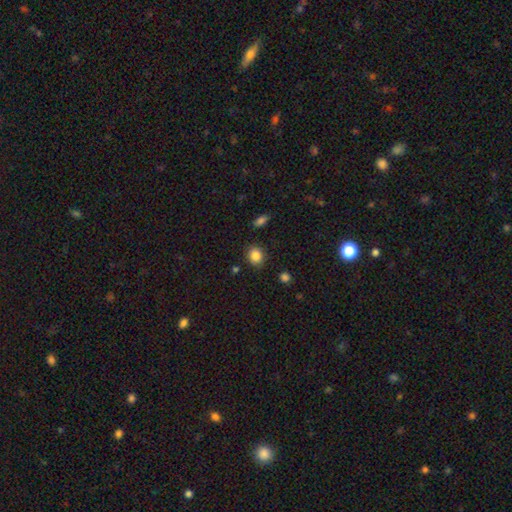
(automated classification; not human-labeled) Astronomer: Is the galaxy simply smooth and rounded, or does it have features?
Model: smooth — 86%.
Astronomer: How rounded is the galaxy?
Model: round — 64%.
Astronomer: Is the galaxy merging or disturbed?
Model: none — 86%.